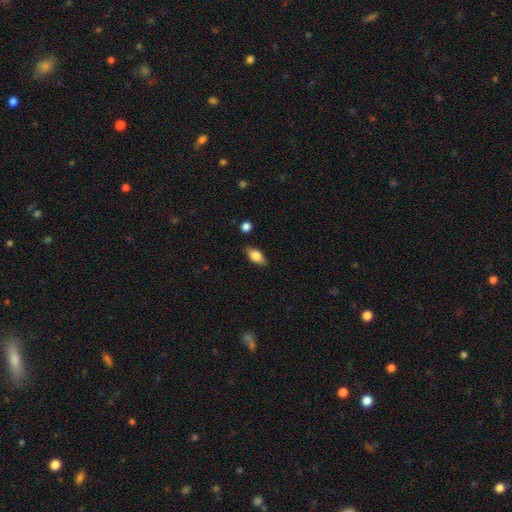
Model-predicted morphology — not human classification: A smooth galaxy with no disk features (77%) that is in between round and cigar-shaped (87%).

Vote fractions:
- Smooth or featured? smooth: 77% / featured or disk: 16% / star or artifact: 7%
- How rounded? in between: 87% / cigar-shaped: 9% / round: 5%
- Merging? none: 84% / minor disturbance: 11% / major disturbance: 2% / merger: 2%